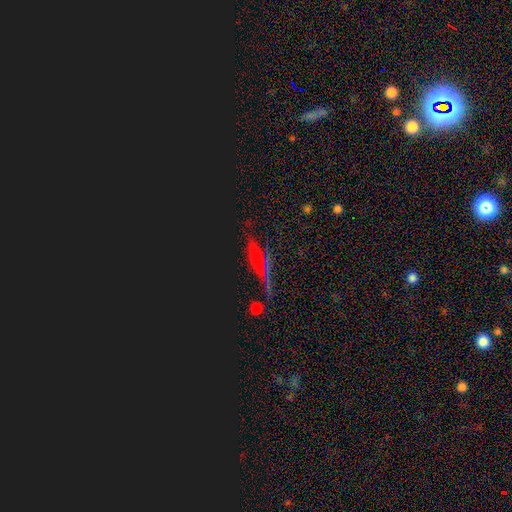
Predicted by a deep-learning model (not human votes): Smooth or featured? Predicted: star or artifact (p=0.64).